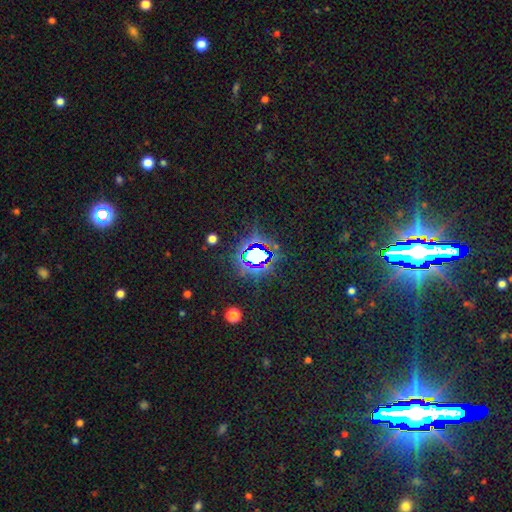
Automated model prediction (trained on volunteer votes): smooth-or-featured: star or artifact: 77% | smooth: 13% | featured or disk: 10%